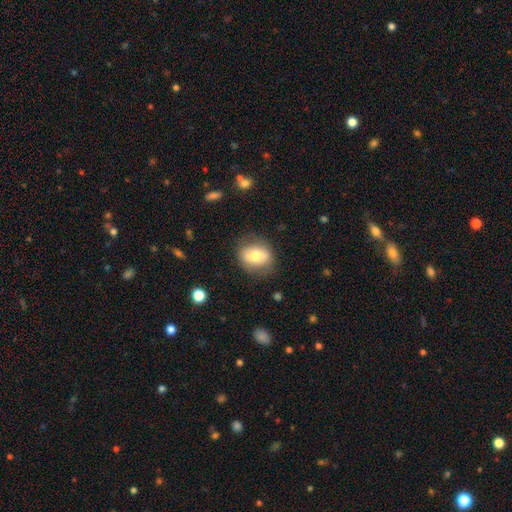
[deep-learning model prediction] smooth 65%, featured or disk 27%, star or artifact 8%. Down the decision tree: how rounded — round (53%); merging — none (78%).